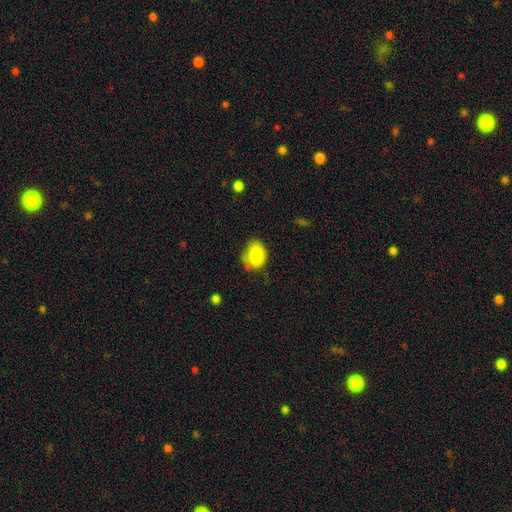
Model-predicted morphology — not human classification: Smooth or featured?
  - smooth: 86% *
  - star or artifact: 8%
  - featured or disk: 6%
How rounded?
  - in between: 64% *
  - round: 35%
  - cigar-shaped: 1%
Merging?
  - none: 57% *
  - minor disturbance: 30%
  - major disturbance: 10%
  - merger: 3%